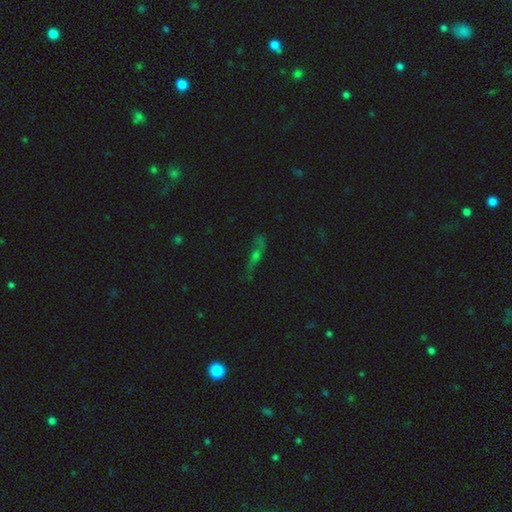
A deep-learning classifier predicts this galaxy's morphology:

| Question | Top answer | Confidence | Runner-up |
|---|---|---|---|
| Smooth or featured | featured or disk | 45% | smooth (30%) |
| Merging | none | 63% | minor disturbance (20%) |